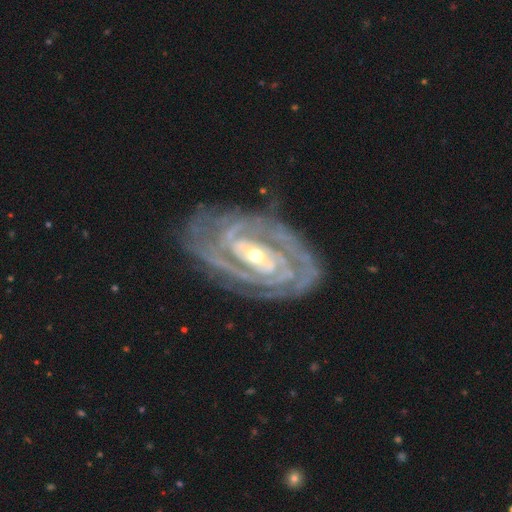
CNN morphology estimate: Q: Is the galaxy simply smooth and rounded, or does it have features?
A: featured or disk — 91%.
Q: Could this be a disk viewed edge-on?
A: no — 95%.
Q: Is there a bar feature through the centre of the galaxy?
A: no — 45%.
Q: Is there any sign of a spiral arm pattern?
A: yes — 97%.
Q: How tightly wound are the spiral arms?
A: tight — 76%.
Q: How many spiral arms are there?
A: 2 — 43%.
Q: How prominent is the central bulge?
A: small — 52%.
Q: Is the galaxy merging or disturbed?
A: none — 71%.